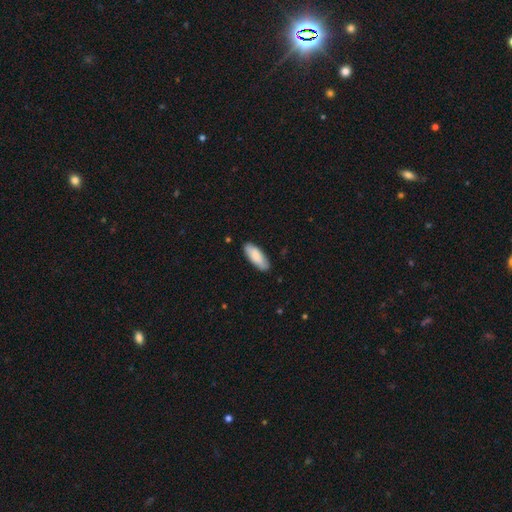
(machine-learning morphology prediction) A smooth galaxy with no disk features (86%) that is in between round and cigar-shaped (72%).

Vote fractions:
- Smooth or featured? smooth: 86% / featured or disk: 9% / star or artifact: 5%
- How rounded? in between: 72% / cigar-shaped: 26% / round: 2%
- Merging? none: 85% / minor disturbance: 12% / major disturbance: 2% / merger: 1%